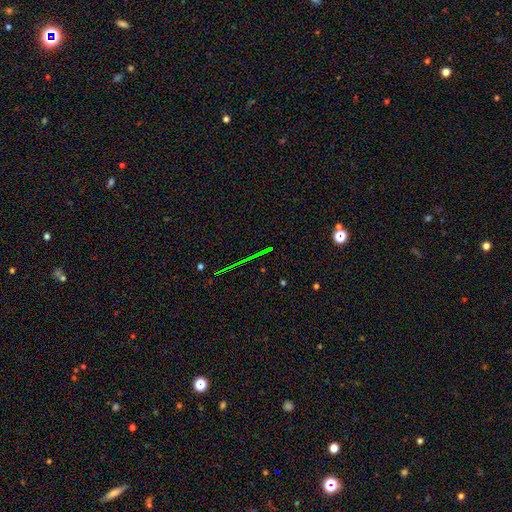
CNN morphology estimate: Q: Smooth or featured?
A: star or artifact (73%); runner-up: featured or disk (15%)